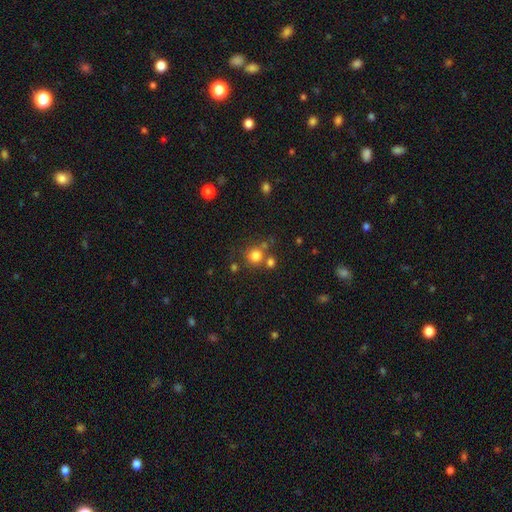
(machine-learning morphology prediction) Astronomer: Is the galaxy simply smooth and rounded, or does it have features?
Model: smooth — 79%.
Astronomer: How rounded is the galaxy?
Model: round — 90%.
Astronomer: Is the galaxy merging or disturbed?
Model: none — 67%.